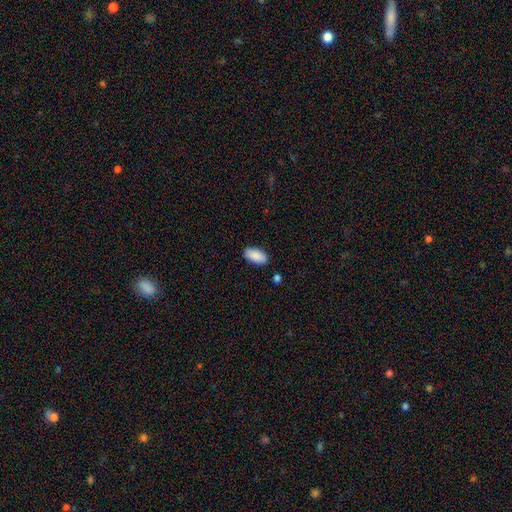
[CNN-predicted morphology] Smooth or featured?
  - smooth: 89% *
  - star or artifact: 6%
  - featured or disk: 4%
How rounded?
  - in between: 93% *
  - cigar-shaped: 4%
  - round: 2%
Merging?
  - none: 87% *
  - minor disturbance: 9%
  - major disturbance: 2%
  - merger: 2%